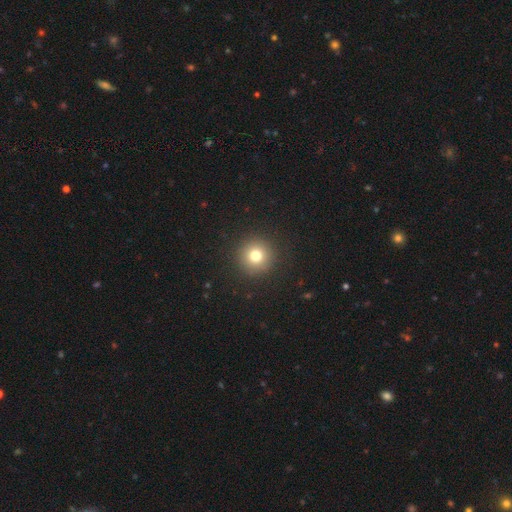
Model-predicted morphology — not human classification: This appears to be a smooth galaxy with no disk features (77%) that is round (96%). Merging: none (92%).